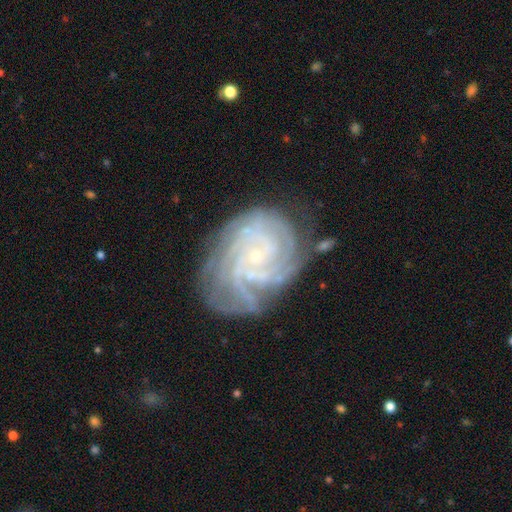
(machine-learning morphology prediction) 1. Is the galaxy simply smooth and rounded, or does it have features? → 87% featured or disk, 6% star or artifact, 6% smooth.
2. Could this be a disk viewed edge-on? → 98% no, 2% yes.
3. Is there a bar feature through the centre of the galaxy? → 72% no, 22% weak, 6% strong.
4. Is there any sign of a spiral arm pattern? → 97% yes, 3% no.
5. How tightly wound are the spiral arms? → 76% tight, 20% medium, 4% loose.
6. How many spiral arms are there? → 29% 4, 23% can't tell, 17% more than 4, 15% 3, 10% 2, 7% 1.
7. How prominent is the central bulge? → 86% small, 9% moderate, 3% none, 1% large, 1% dominant.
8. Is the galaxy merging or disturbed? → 67% none, 21% minor disturbance, 9% major disturbance, 3% merger.